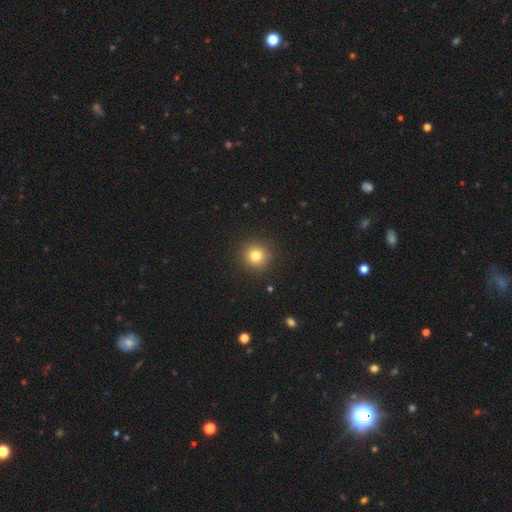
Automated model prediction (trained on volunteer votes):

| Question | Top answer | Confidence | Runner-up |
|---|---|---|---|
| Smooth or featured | smooth | 80% | star or artifact (13%) |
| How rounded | round | 94% | in between (5%) |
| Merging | none | 92% | minor disturbance (5%) |